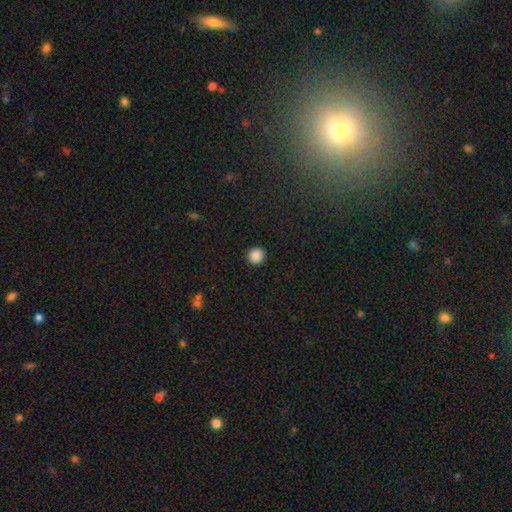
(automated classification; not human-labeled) Overall: smooth (88%). How rounded: round (93%). Merging: none (92%).